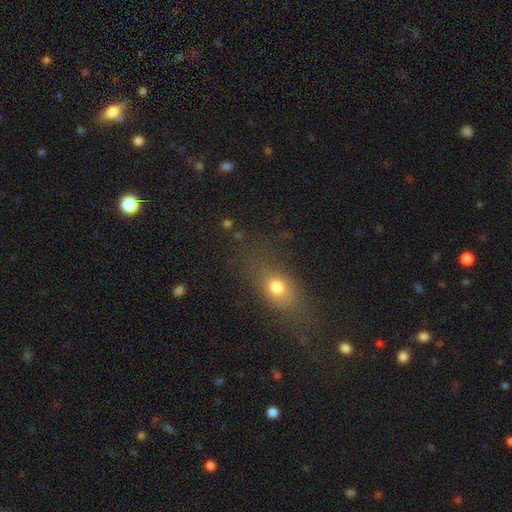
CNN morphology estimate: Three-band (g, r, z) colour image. It shows a smooth galaxy with no disk features (57%) that is in between round and cigar-shaped (51%). Merging: none (76%).